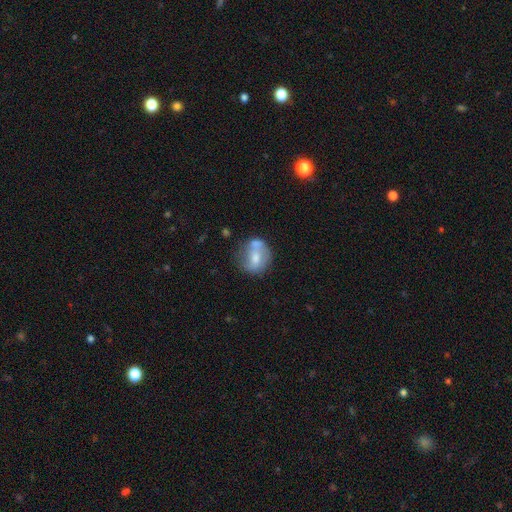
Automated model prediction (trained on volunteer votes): smooth 52%, featured or disk 39%, star or artifact 8%. Down the decision tree: how rounded — round (61%); merging — none (45%).